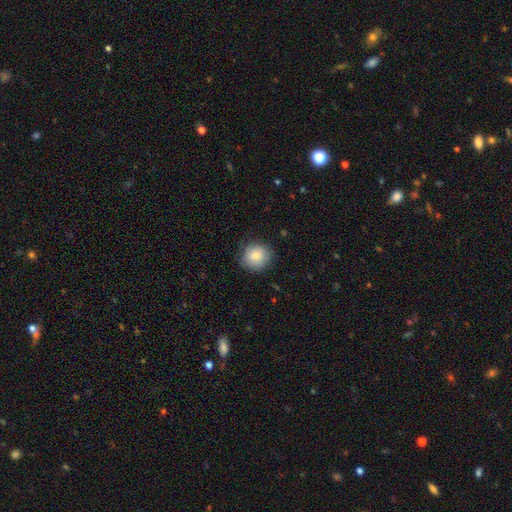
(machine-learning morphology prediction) smooth_or_featured: smooth (p=0.83) [alt: featured or disk p=0.09]
how_rounded: round (p=0.86) [alt: in between p=0.13]
merging: none (p=0.79) [alt: minor disturbance p=0.16]